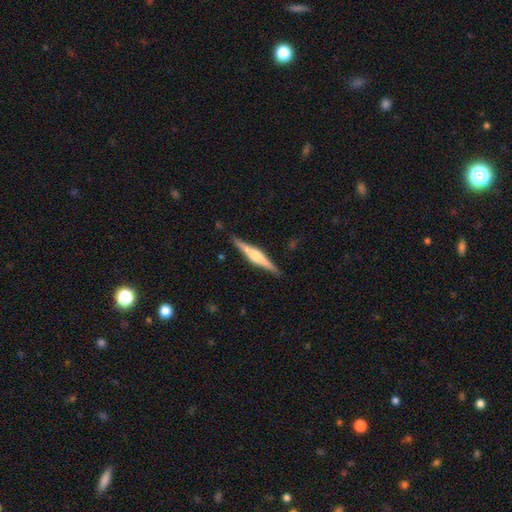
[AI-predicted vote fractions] smooth_or_featured: featured or disk (p=0.70) [alt: smooth p=0.25]
disk_edge_on: yes (p=0.98) [alt: no p=0.02]
edge_on_bulge: rounded (p=0.78) [alt: boxy p=0.15]
merging: none (p=0.89) [alt: minor disturbance p=0.08]